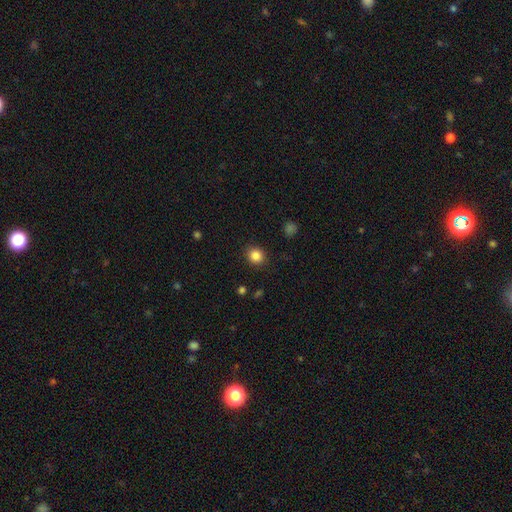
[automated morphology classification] type=smooth (85%); roundness=round (85%); merging=none (90%).